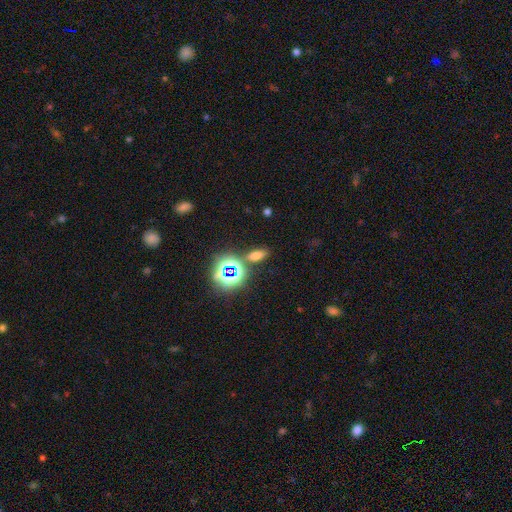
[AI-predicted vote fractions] Smooth or featured? smooth (56%)
How rounded? in between (72%)
Merging? none (80%)